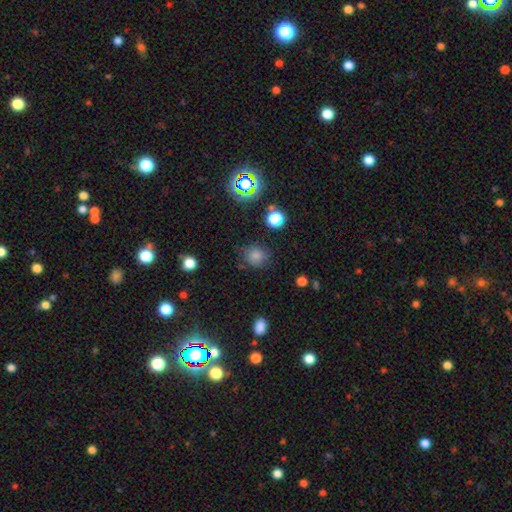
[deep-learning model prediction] Smooth or featured? Predicted: smooth (p=0.75). How rounded? Predicted: round (p=0.76). Merging? Predicted: none (p=0.73).